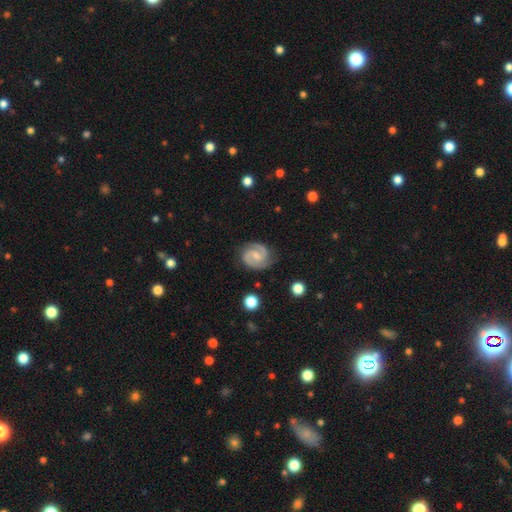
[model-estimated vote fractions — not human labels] The model was most divided on "bar": weak: 47%, no: 40%, strong: 13%. Remaining: edge-on disk — no (98%); spiral arms — yes (98%); spiral arm count — 2 (92%); smooth or featured — featured or disk (88%); merging — none (81%); bulge size — small (55%); spiral winding — medium (49%).